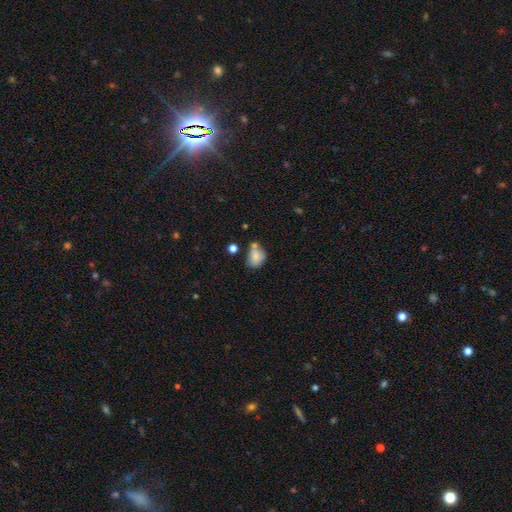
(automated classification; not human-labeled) A smooth galaxy with no disk features (77%) that is in between round and cigar-shaped (67%).

Vote fractions:
- Smooth or featured? smooth: 77% / featured or disk: 14% / star or artifact: 10%
- How rounded? in between: 67% / round: 31% / cigar-shaped: 1%
- Merging? none: 42% / minor disturbance: 25% / merger: 24% / major disturbance: 9%